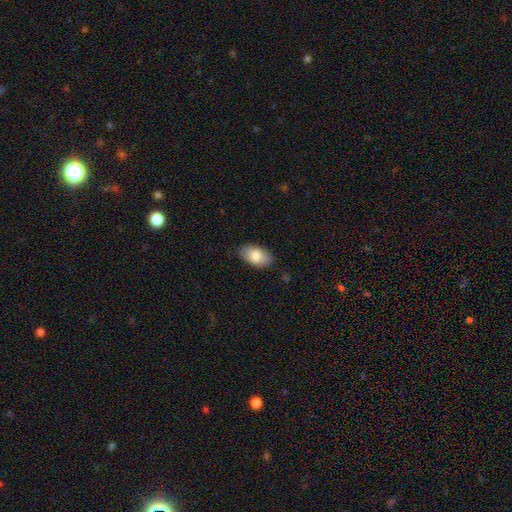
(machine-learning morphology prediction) smooth 82%, featured or disk 12%, star or artifact 6%. Down the decision tree: how rounded — in between (94%); merging — none (85%).